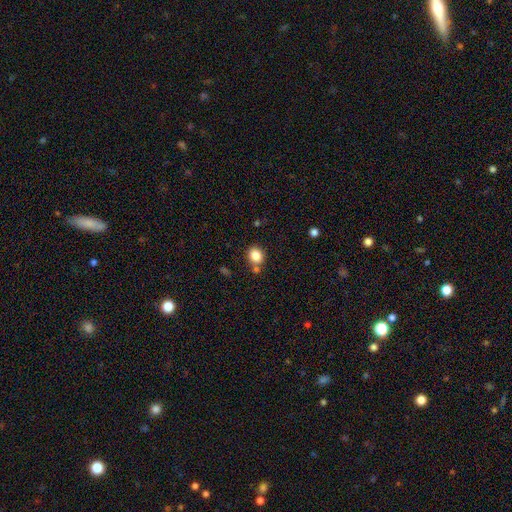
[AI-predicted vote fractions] A smooth galaxy with no disk features (85%) that is round (65%). Merging: none (70%).